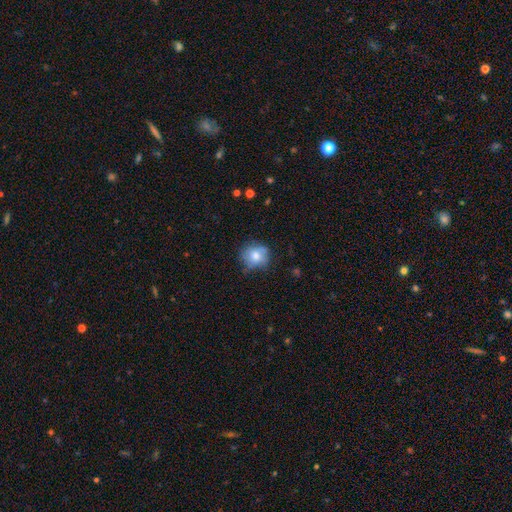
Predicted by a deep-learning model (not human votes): The model was most divided on "merging": none: 66%, minor disturbance: 25%, major disturbance: 8%, merger: 2%. More confident: how rounded — round (81%); smooth or featured — smooth (70%).